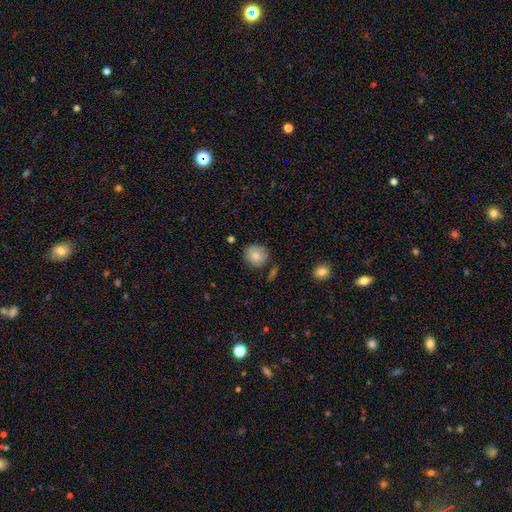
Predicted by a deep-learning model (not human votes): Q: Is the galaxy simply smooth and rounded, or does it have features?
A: smooth — 83%.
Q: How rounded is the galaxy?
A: round — 87%.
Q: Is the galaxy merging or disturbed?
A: none — 79%.